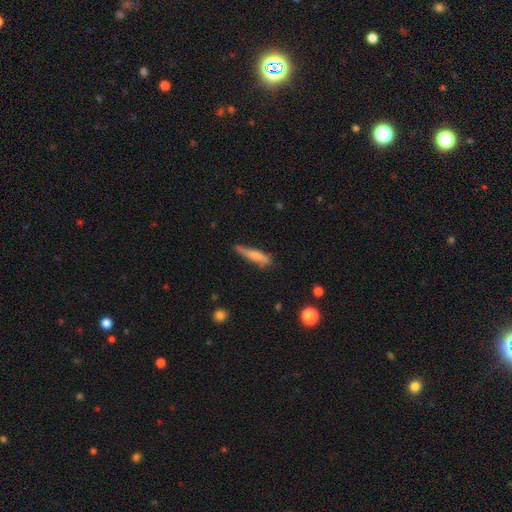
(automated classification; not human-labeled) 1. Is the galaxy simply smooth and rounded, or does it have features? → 72% smooth, 21% featured or disk, 6% star or artifact.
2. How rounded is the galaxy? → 84% cigar-shaped, 15% in between, 2% round.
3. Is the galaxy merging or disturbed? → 58% none, 31% minor disturbance, 7% major disturbance, 4% merger.